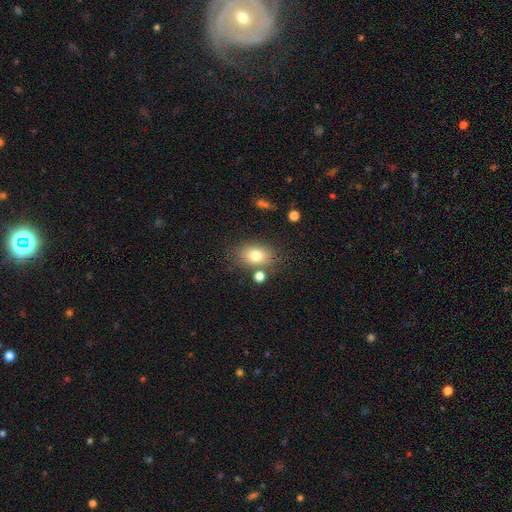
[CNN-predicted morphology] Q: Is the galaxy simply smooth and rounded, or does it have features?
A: smooth — 77%.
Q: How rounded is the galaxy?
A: in between — 77%.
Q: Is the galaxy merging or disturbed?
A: none — 73%.